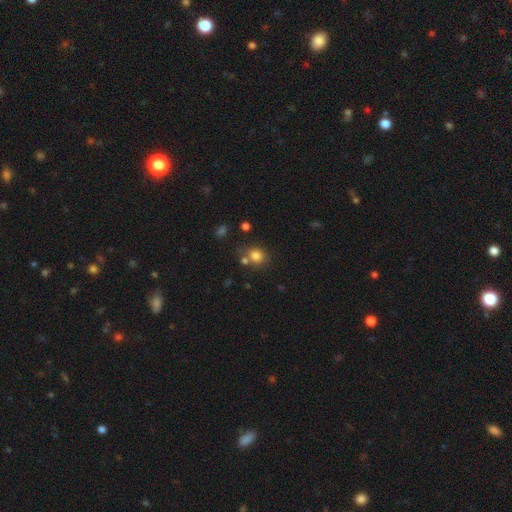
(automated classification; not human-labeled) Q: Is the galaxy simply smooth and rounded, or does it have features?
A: smooth — 80%.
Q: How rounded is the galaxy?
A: round — 73%.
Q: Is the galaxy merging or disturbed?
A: none — 65%.